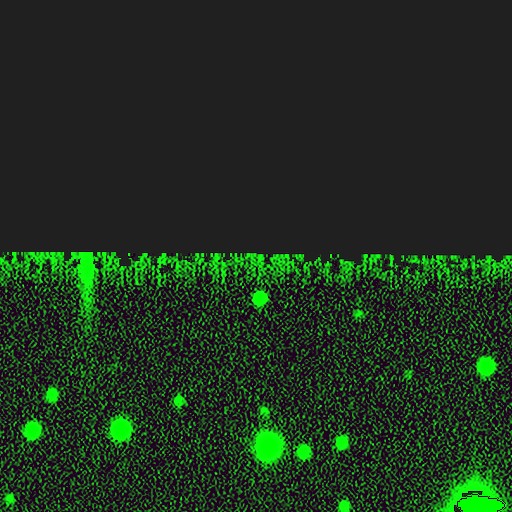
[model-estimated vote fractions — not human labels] Smooth or featured? Predicted: star or artifact (p=0.83).